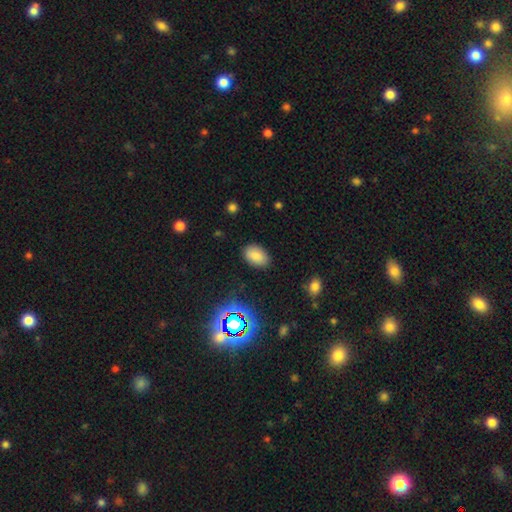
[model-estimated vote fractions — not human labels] Overall: smooth (81%). How rounded: in between (89%). Merging: none (85%).